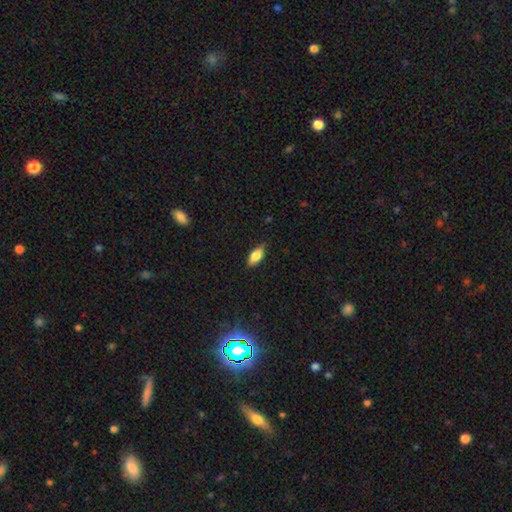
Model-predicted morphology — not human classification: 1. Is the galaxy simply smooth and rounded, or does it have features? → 80% smooth, 13% featured or disk, 7% star or artifact.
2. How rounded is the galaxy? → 85% in between, 12% cigar-shaped, 3% round.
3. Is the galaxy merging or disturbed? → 82% none, 14% minor disturbance, 2% major disturbance, 1% merger.